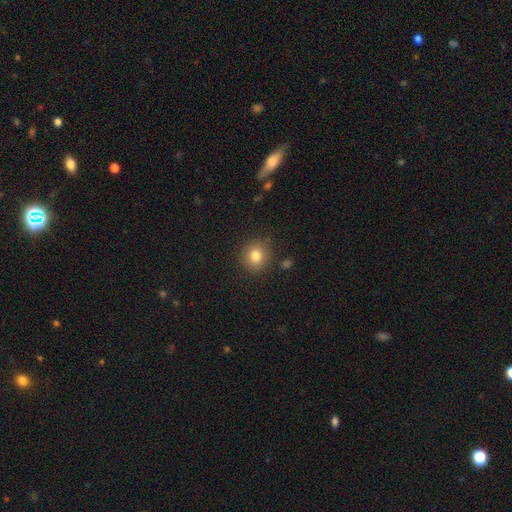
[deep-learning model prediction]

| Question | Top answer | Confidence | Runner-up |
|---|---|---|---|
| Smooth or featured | smooth | 80% | star or artifact (12%) |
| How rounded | round | 86% | in between (13%) |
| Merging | none | 86% | minor disturbance (10%) |